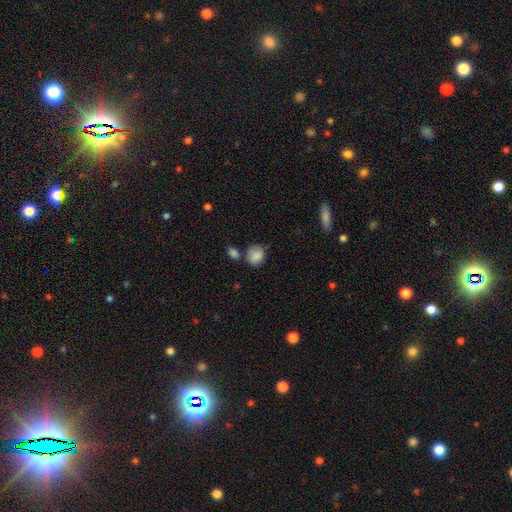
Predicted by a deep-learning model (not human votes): smooth-or-featured: smooth: 86% | star or artifact: 8% | featured or disk: 6%
  how-rounded: round: 65% | in between: 34% | cigar-shaped: 1%
  merging: none: 61% | minor disturbance: 21% | merger: 12% | major disturbance: 6%